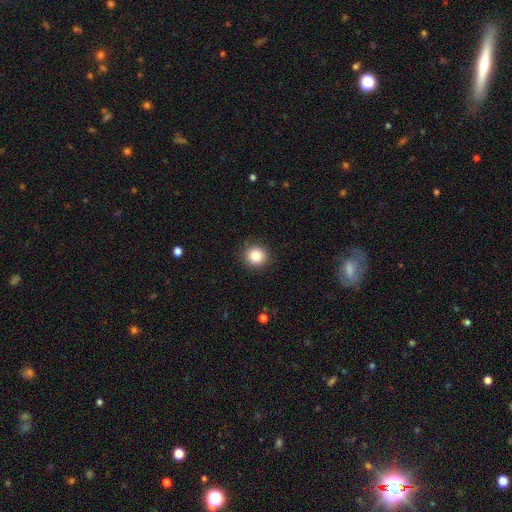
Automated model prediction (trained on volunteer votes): Overall: smooth (84%). How rounded: round (93%). Merging: none (90%).